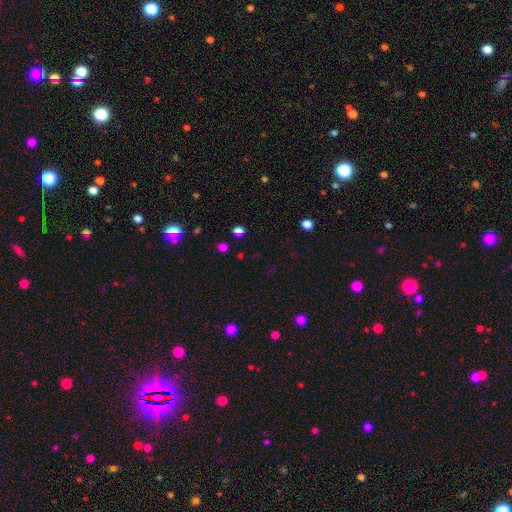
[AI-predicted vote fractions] A star or artifact, not a galaxy (54%).